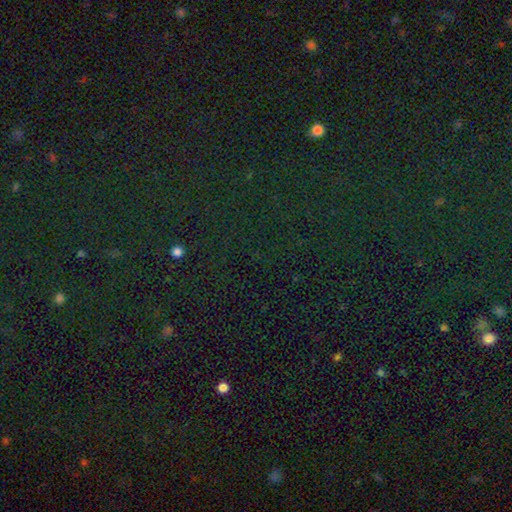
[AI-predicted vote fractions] Overall: star or artifact (79%).